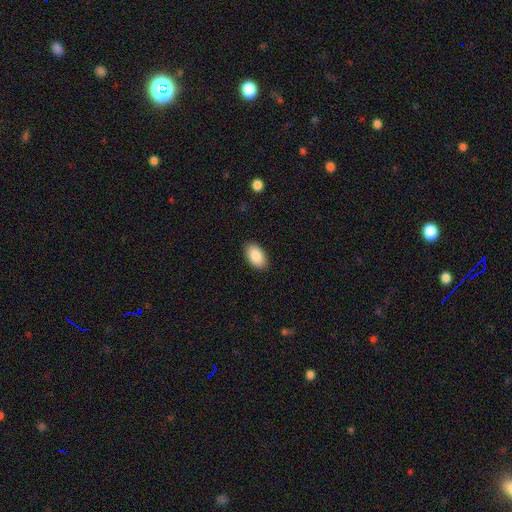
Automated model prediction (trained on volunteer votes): smooth-or-featured: smooth: 89% | star or artifact: 6% | featured or disk: 5%
  how-rounded: in between: 95% | round: 4% | cigar-shaped: 2%
  merging: none: 89% | minor disturbance: 8% | major disturbance: 2% | merger: 1%